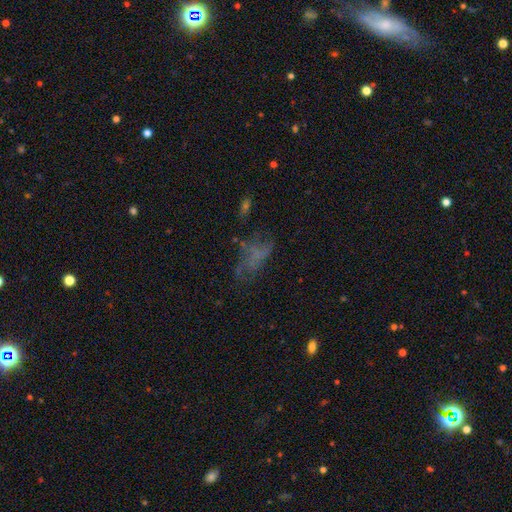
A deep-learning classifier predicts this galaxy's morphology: A featured or disk galaxy (42%).

Vote fractions:
- Smooth or featured? featured or disk: 42% / smooth: 34% / star or artifact: 24%
- Merging? none: 42% / major disturbance: 34% / minor disturbance: 19% / merger: 5%